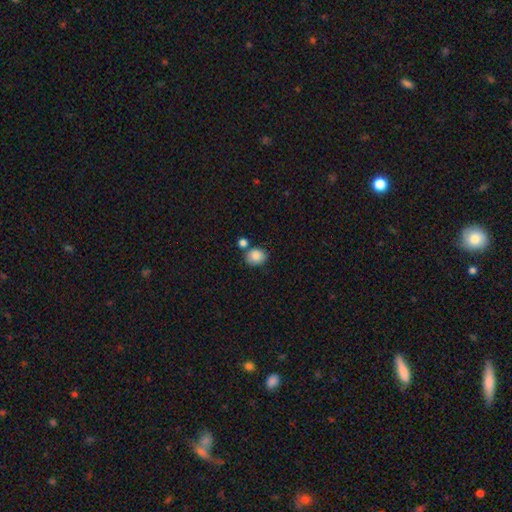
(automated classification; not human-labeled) smooth_or_featured: smooth (p=0.87) [alt: star or artifact p=0.08]
how_rounded: round (p=0.62) [alt: in between p=0.37]
merging: none (p=0.65) [alt: merger p=0.17]